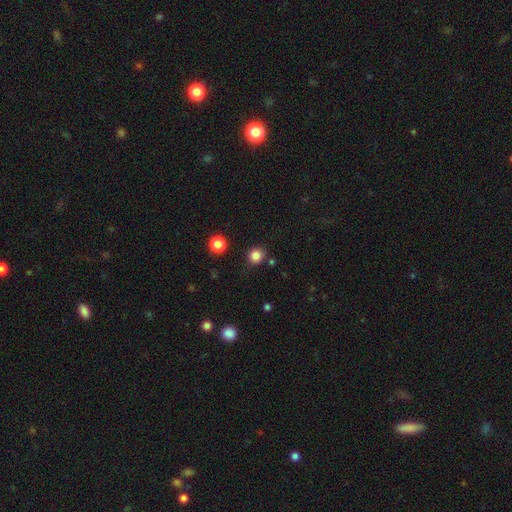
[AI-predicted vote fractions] Q: Smooth or featured?
A: smooth (83%); runner-up: star or artifact (13%)
Q: How rounded?
A: round (90%); runner-up: in between (9%)
Q: Merging?
A: none (86%); runner-up: minor disturbance (8%)